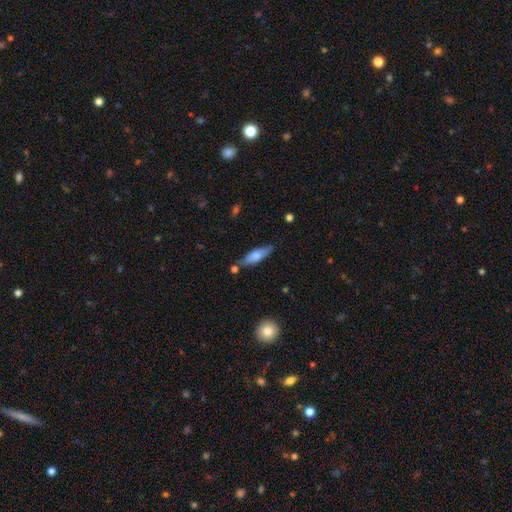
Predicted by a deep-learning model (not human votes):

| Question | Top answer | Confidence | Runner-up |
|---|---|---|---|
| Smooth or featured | smooth | 65% | featured or disk (29%) |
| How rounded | cigar-shaped | 53% | in between (45%) |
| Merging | none | 73% | minor disturbance (17%) |